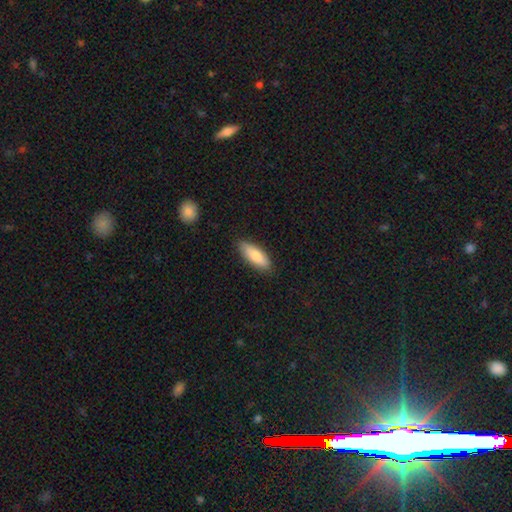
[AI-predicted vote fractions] Q: Smooth or featured?
A: smooth (80%); runner-up: featured or disk (14%)
Q: How rounded?
A: in between (63%); runner-up: cigar-shaped (35%)
Q: Merging?
A: none (86%); runner-up: minor disturbance (11%)